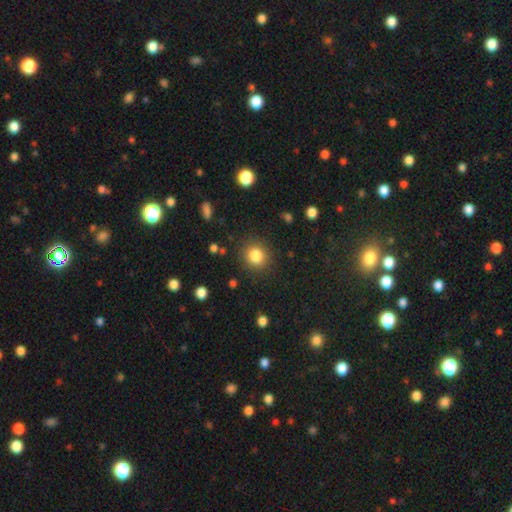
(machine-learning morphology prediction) Smooth or featured? smooth (83%)
How rounded? round (87%)
Merging? none (88%)